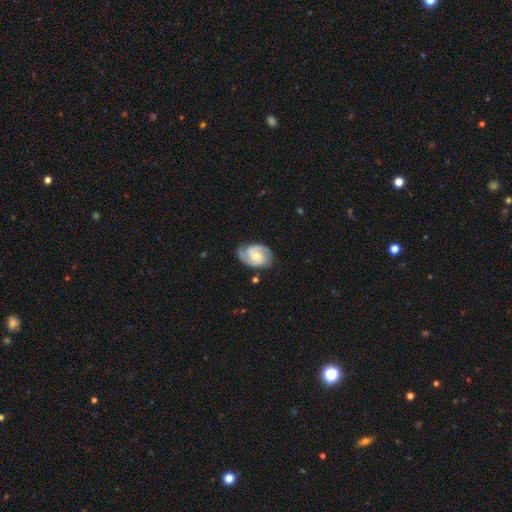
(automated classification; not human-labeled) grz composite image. It shows a featured or disk galaxy (81%) with no bar (55%), 2 (78%) tight (46%) spiral arms (96%) and a moderate central bulge (47%). Merging: none (72%).